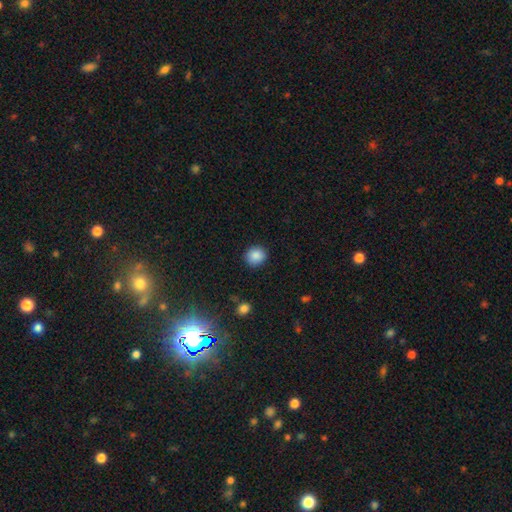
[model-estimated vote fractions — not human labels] Smooth or featured?
  - smooth: 87% *
  - star or artifact: 9%
  - featured or disk: 4%
How rounded?
  - round: 83% *
  - in between: 16%
  - cigar-shaped: 1%
Merging?
  - none: 90% *
  - minor disturbance: 7%
  - major disturbance: 2%
  - merger: 1%